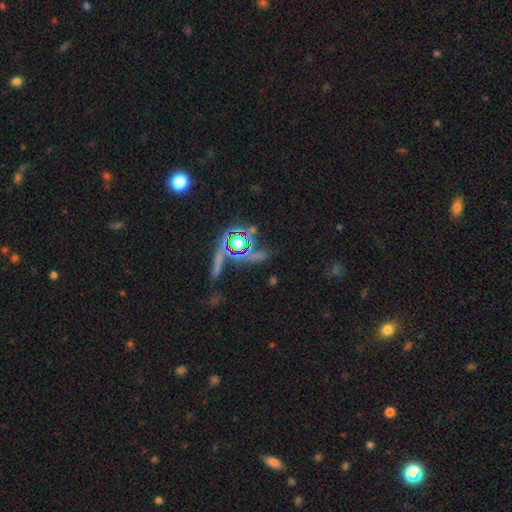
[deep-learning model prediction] Smooth or featured? Predicted: star or artifact (p=0.66).